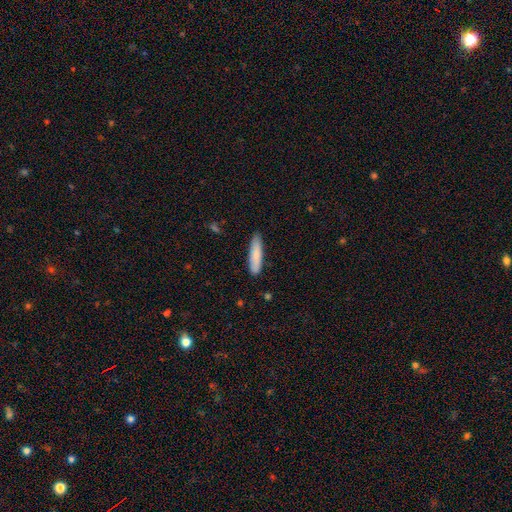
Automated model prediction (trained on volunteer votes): The model was most divided on "how rounded": cigar-shaped: 75%, in between: 24%, round: 1%. More confident: merging — none (84%); smooth or featured — smooth (82%).